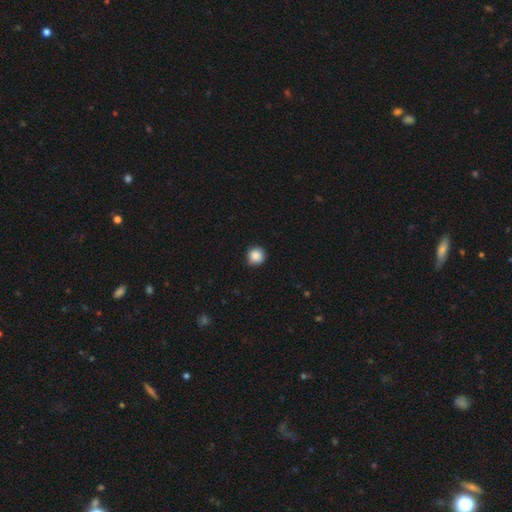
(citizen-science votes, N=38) This appears to be a smooth galaxy with no disk features (89%) that is round (97%). Merging: none (89%).